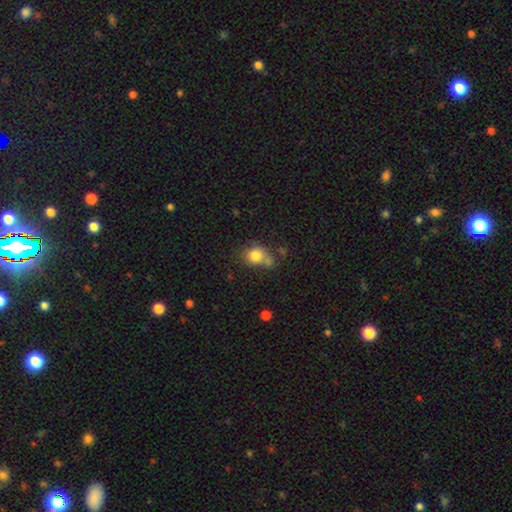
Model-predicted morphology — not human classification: Smooth or featured?
  - smooth: 80% *
  - star or artifact: 11%
  - featured or disk: 9%
How rounded?
  - round: 70% *
  - in between: 29%
  - cigar-shaped: 1%
Merging?
  - none: 52% *
  - merger: 20%
  - minor disturbance: 19%
  - major disturbance: 8%